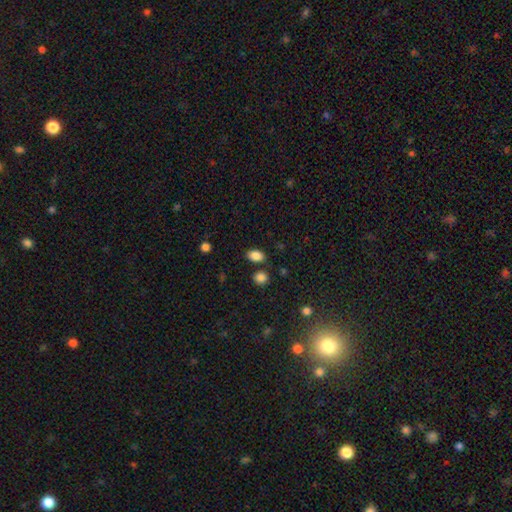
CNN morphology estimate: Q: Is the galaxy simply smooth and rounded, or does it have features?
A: smooth — 86%.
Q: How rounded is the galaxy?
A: in between — 83%.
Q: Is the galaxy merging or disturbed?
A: none — 79%.